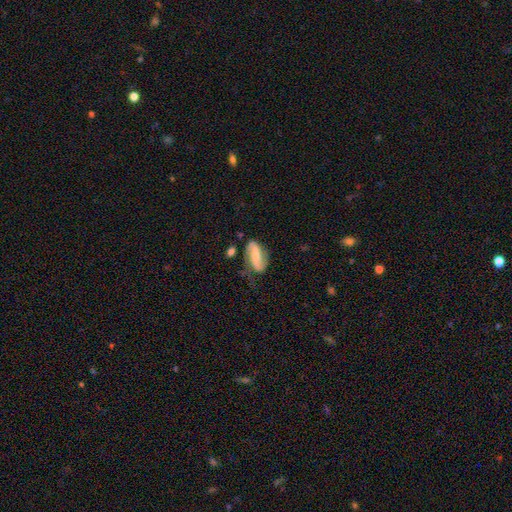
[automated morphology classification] This appears to be a featured or disk galaxy (70%) with no bar (37%), 2 (89%) loose (43%) spiral arms (93%) and a small central bulge (36%). Merging: none (59%).